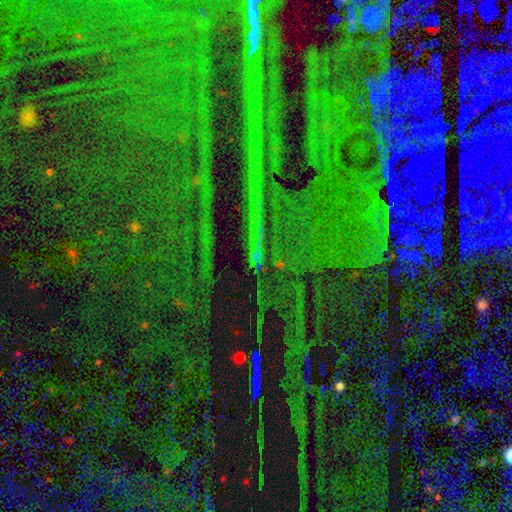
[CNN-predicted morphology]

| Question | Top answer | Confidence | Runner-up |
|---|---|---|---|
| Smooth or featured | star or artifact | 83% | smooth (9%) |